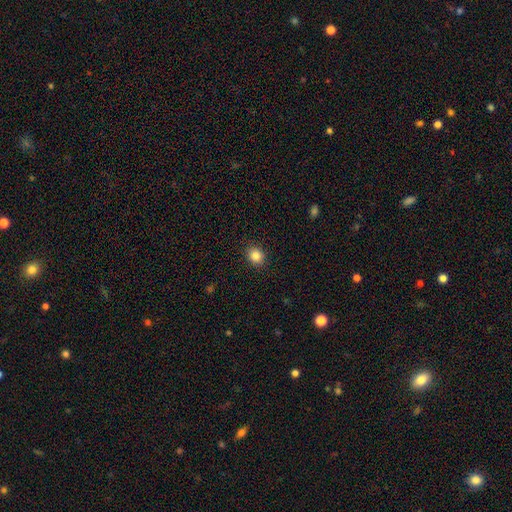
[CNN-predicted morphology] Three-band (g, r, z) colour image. It shows a smooth galaxy with no disk features (86%) that is round (70%). Merging: none (90%).